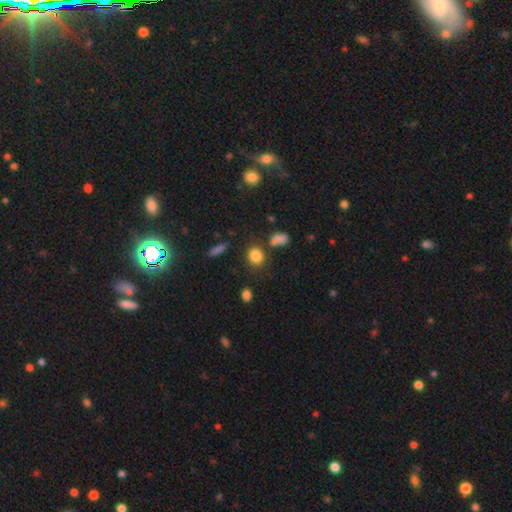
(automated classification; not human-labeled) Morphology: type=smooth (83%); roundness=round (71%); merging=none (75%).